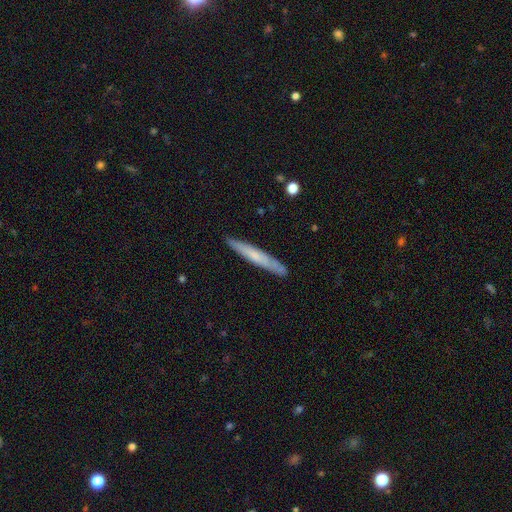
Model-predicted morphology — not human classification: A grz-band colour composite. It shows a smooth galaxy with no disk features (55%) that is cigar-shaped (96%). Merging: none (88%).